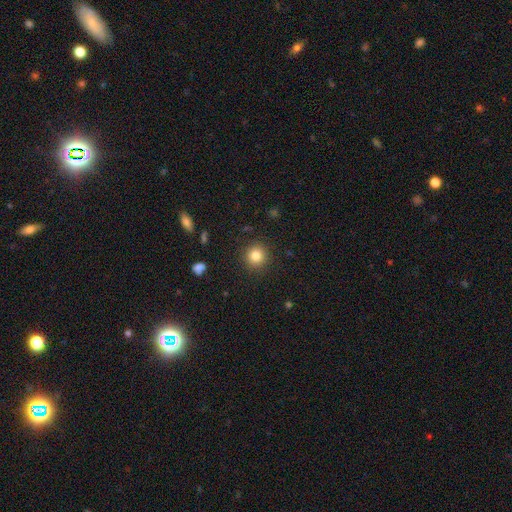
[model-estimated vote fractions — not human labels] A smooth galaxy with no disk features (83%) that is round (92%).

Vote fractions:
- Smooth or featured? smooth: 83% / star or artifact: 11% / featured or disk: 6%
- How rounded? round: 92% / in between: 7% / cigar-shaped: 1%
- Merging? none: 90% / minor disturbance: 6% / major disturbance: 2% / merger: 1%